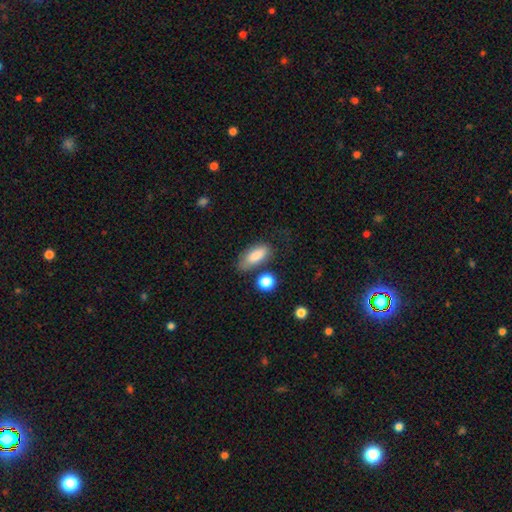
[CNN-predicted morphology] Smooth or featured: smooth — 82% (featured or disk — 11%)
How rounded: in between — 82% (cigar-shaped — 14%)
Merging: none — 62% (minor disturbance — 23%)